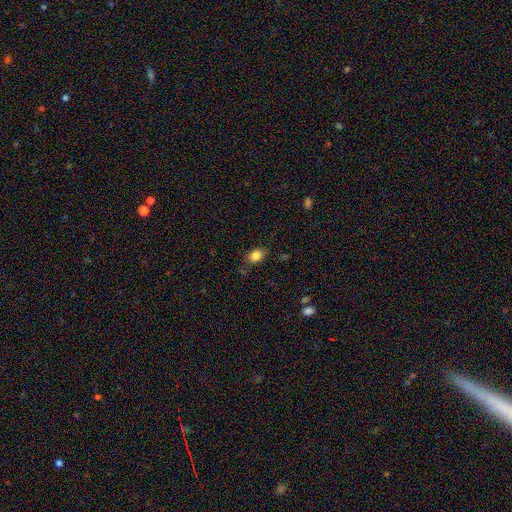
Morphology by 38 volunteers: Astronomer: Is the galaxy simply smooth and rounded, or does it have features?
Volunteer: smooth — 79%.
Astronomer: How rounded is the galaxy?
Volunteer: in between — 73%.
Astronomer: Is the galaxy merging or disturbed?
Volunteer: none — 70%.